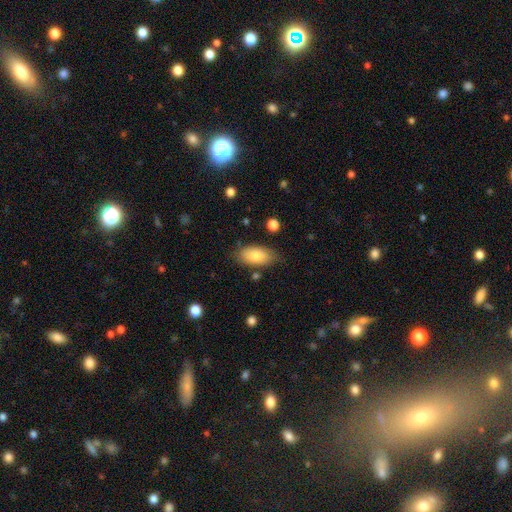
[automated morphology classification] A smooth galaxy with no disk features (80%) that is in between round and cigar-shaped (92%). Merging: none (74%).